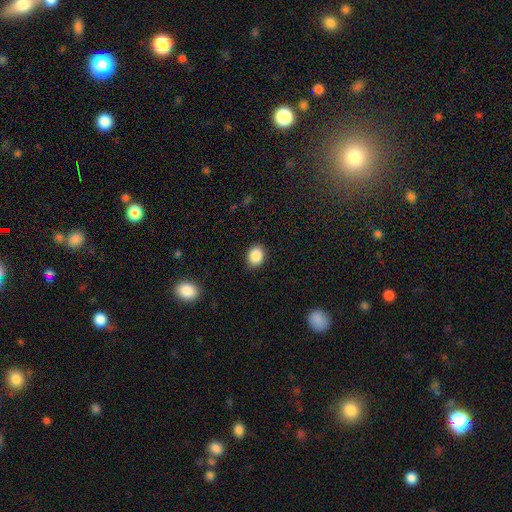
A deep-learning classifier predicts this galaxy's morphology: Smooth or featured?
  - smooth: 88% *
  - star or artifact: 9%
  - featured or disk: 4%
How rounded?
  - round: 52% *
  - in between: 47%
  - cigar-shaped: 1%
Merging?
  - none: 88% *
  - minor disturbance: 8%
  - major disturbance: 2%
  - merger: 1%